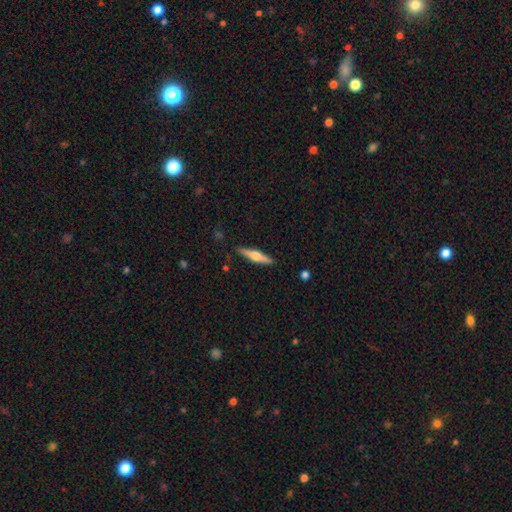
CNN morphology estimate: Q: Smooth or featured?
A: featured or disk (57%); runner-up: smooth (37%)
Q: Edge-on disk?
A: yes (96%); runner-up: no (4%)
Q: Edge-on bulge?
A: rounded (90%); runner-up: boxy (6%)
Q: Merging?
A: none (89%); runner-up: minor disturbance (8%)